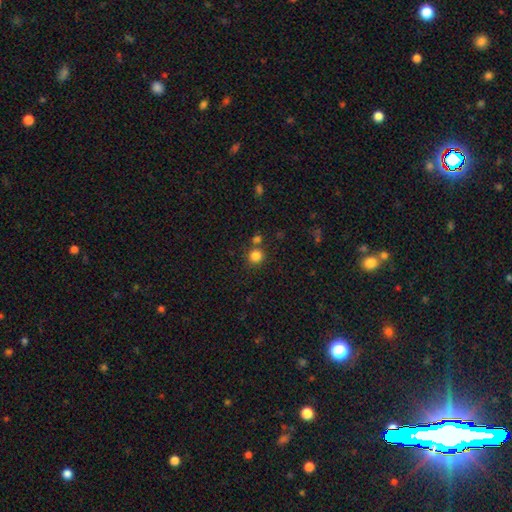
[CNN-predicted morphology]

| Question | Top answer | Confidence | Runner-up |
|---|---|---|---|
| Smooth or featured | smooth | 83% | star or artifact (12%) |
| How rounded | round | 92% | in between (7%) |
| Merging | none | 75% | merger (14%) |